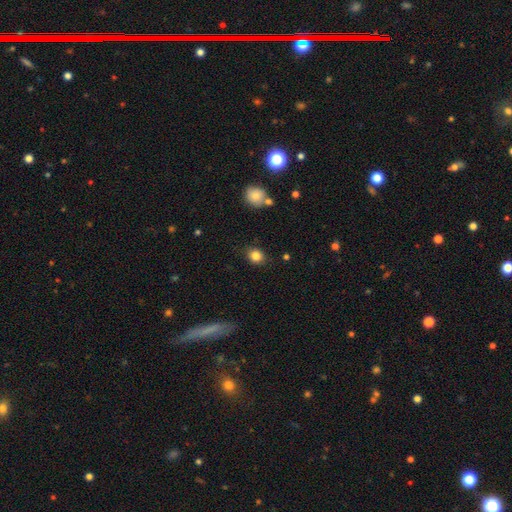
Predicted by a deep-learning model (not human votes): smooth 84%, star or artifact 11%, featured or disk 6%. Down the decision tree: how rounded — round (67%); merging — none (85%).